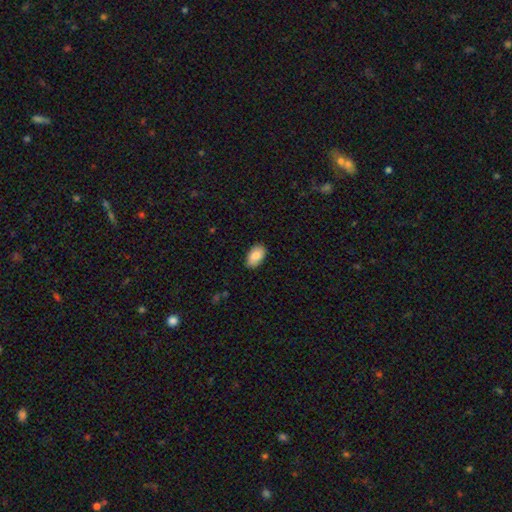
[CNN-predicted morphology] smooth_or_featured: smooth (p=0.88) [alt: star or artifact p=0.06]
how_rounded: in between (p=0.94) [alt: round p=0.05]
merging: none (p=0.88) [alt: minor disturbance p=0.09]